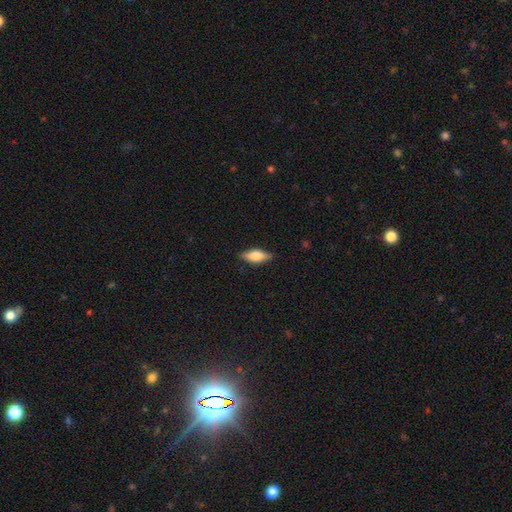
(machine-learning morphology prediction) Smooth or featured: smooth — 59% (featured or disk — 34%)
How rounded: in between — 66% (cigar-shaped — 31%)
Merging: none — 85% (minor disturbance — 11%)